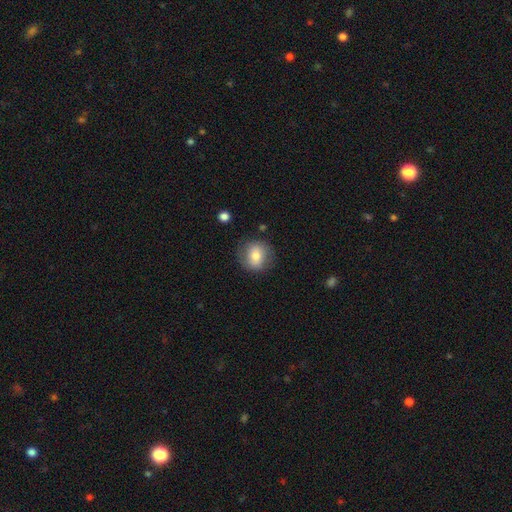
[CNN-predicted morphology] Smooth or featured? Predicted: smooth (p=0.72). How rounded? Predicted: round (p=0.81). Merging? Predicted: none (p=0.79).